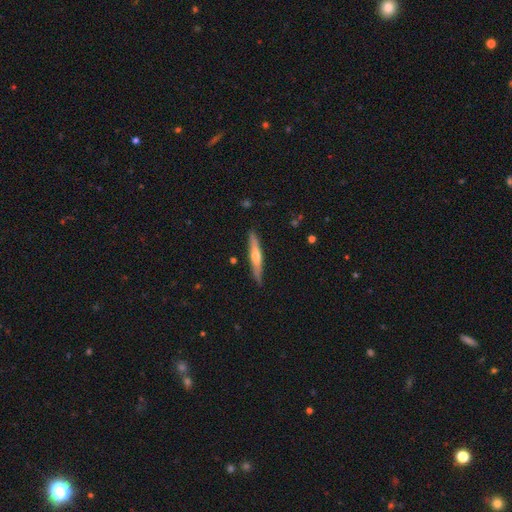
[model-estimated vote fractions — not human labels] This is possibly a featured or disk galaxy (54%). It is clearly viewed edge-on (94%). Edge-on bulge: likely rounded (79%). Merging: clearly none (87%).